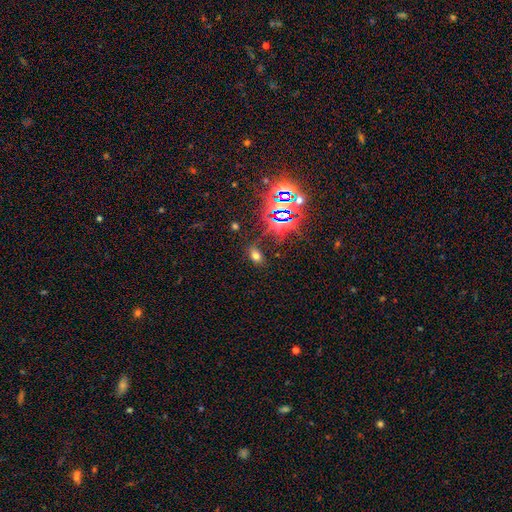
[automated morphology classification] A smooth galaxy with no disk features (54%) that is in between round and cigar-shaped (83%).

Vote fractions:
- Smooth or featured? smooth: 54% / star or artifact: 36% / featured or disk: 10%
- How rounded? in between: 83% / round: 13% / cigar-shaped: 3%
- Merging? none: 75% / minor disturbance: 13% / major disturbance: 7% / merger: 4%